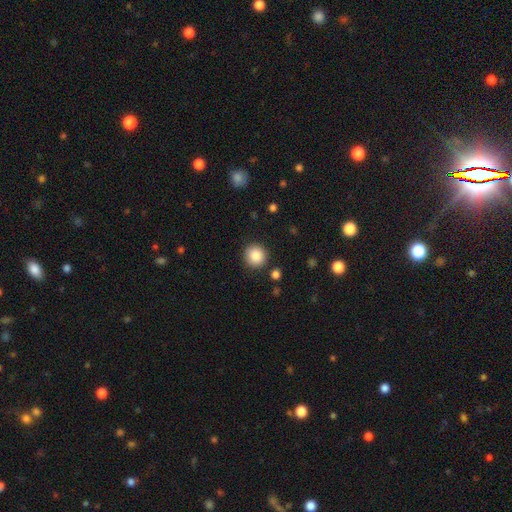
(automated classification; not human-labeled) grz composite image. It shows a smooth galaxy with no disk features (87%) that is round (93%). Merging: none (89%).